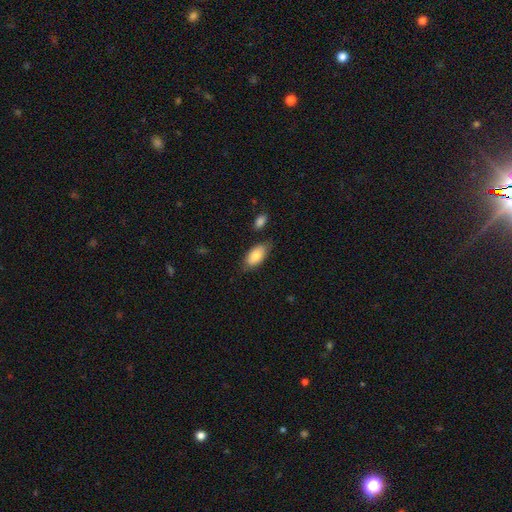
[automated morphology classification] A smooth galaxy with no disk features (81%) that is in between round and cigar-shaped (92%). Merging: none (71%).